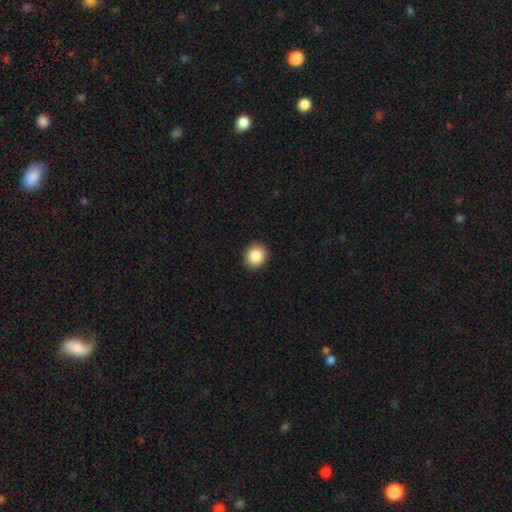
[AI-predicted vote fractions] This is clearly a smooth galaxy (87%). How rounded: clearly round (85%). Merging: clearly none (92%).